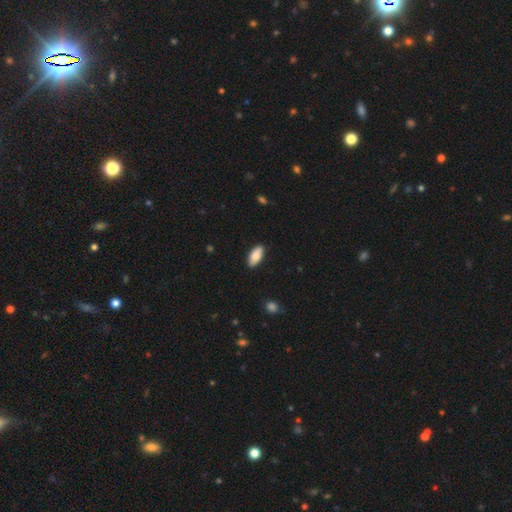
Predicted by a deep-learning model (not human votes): Overall: smooth (84%). How rounded: in between (88%). Merging: none (87%).